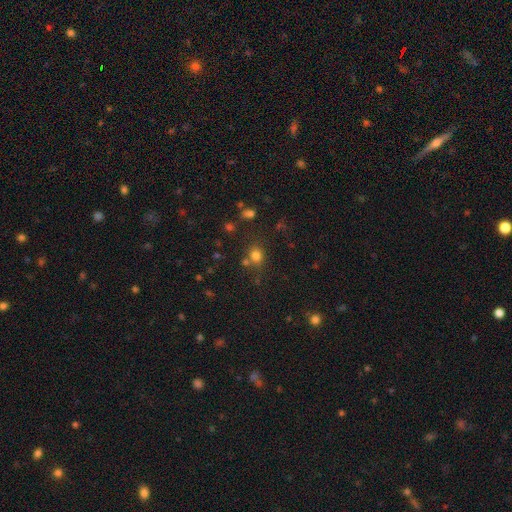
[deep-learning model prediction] A smooth galaxy with no disk features (76%) that is round (72%). Merging: none (69%).